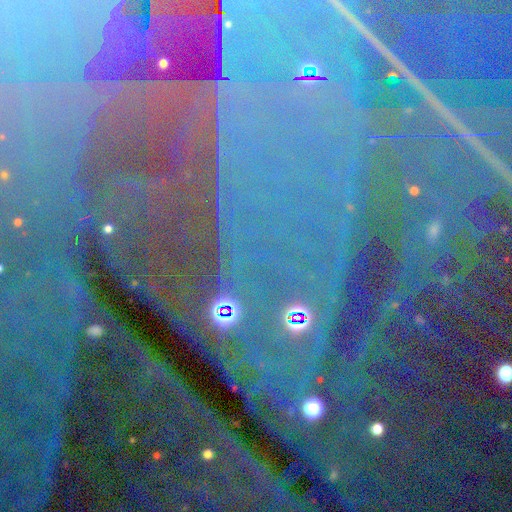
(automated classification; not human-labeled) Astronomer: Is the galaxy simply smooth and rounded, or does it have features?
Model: star or artifact — 85%.